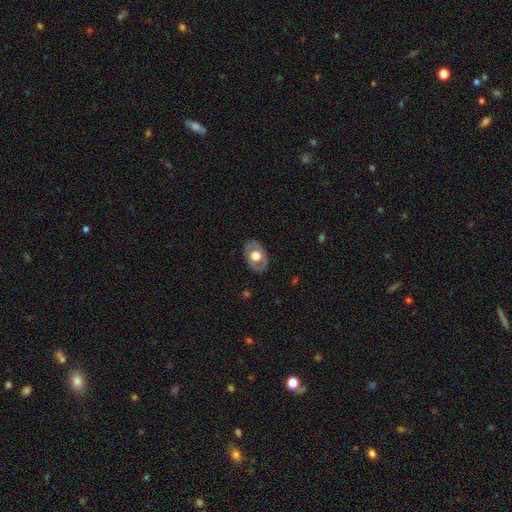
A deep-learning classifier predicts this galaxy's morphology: Q: Smooth or featured?
A: featured or disk (49%); runner-up: smooth (45%)
Q: Merging?
A: none (82%); runner-up: minor disturbance (13%)